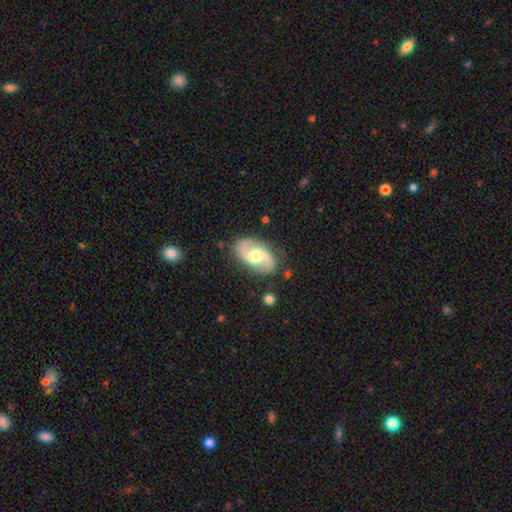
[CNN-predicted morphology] featured or disk 82%, smooth 13%, star or artifact 5%. Down the decision tree: edge-on disk — no (97%); bar — weak (46%); spiral arms — yes (95%); spiral arm count — 2 (92%); spiral winding — medium (44%); bulge size — moderate (66%); merging — none (82%).